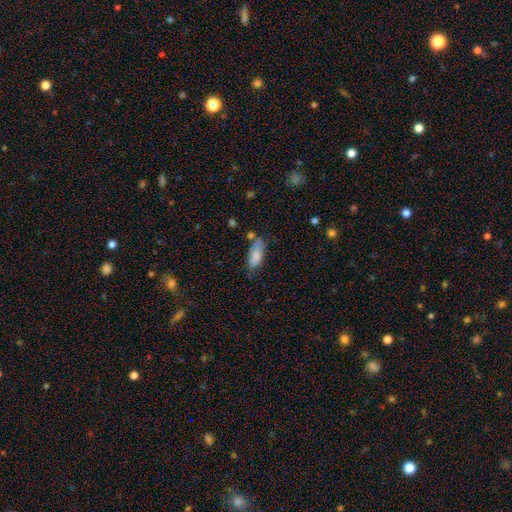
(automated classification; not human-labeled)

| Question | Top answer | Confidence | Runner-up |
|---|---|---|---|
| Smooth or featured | smooth | 82% | featured or disk (12%) |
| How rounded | in between | 80% | cigar-shaped (18%) |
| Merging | none | 55% | minor disturbance (30%) |